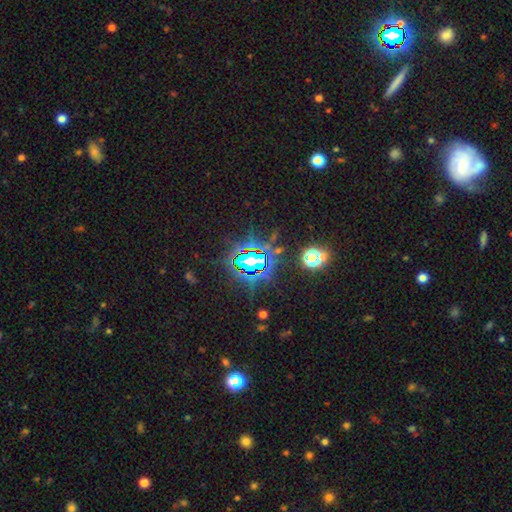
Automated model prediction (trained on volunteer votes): This is likely a star or artifact rather than a galaxy (77%).